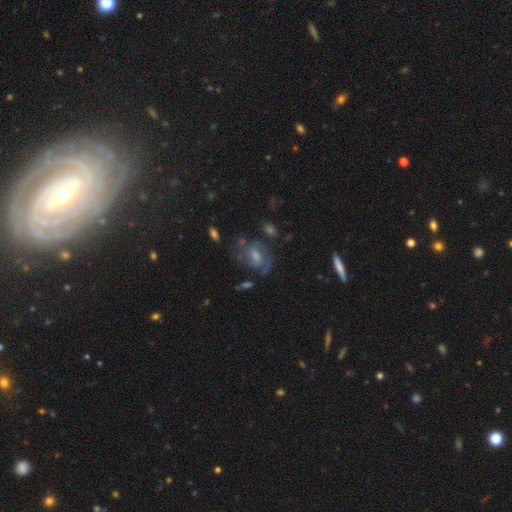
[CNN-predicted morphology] The model was most divided on "bulge size": small: 42%, moderate: 41%, none: 10%, large: 5%, dominant: 2%. Remaining: edge-on disk — no (95%); spiral arms — yes (87%); smooth or featured — featured or disk (69%); merging — none (63%); spiral arm count — 2 (50%); bar — weak (46%); spiral winding — medium (46%).